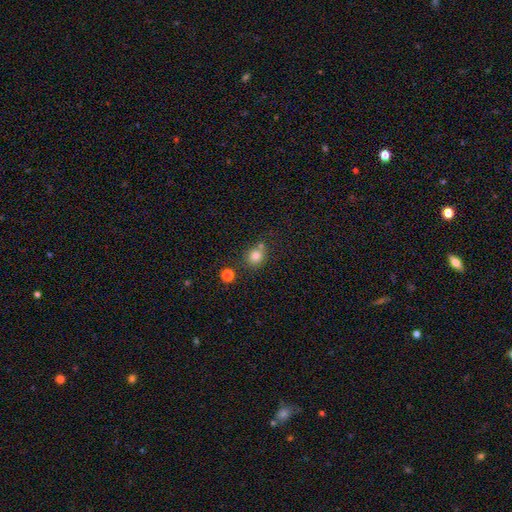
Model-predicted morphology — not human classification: type=smooth (80%); roundness=round (79%); merging=none (68%).